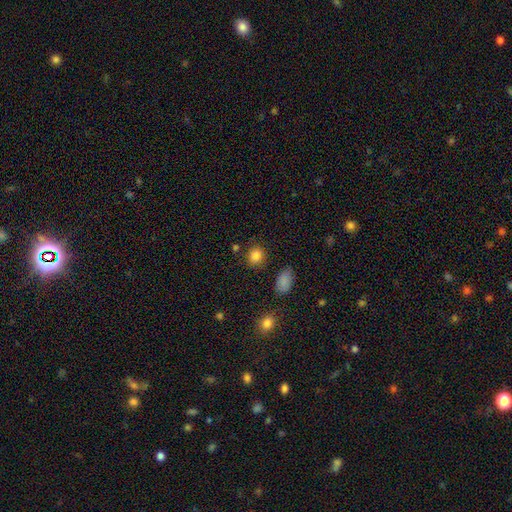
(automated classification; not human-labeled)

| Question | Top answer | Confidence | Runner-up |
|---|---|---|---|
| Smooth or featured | smooth | 85% | star or artifact (10%) |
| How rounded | round | 73% | in between (26%) |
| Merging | none | 84% | minor disturbance (10%) |